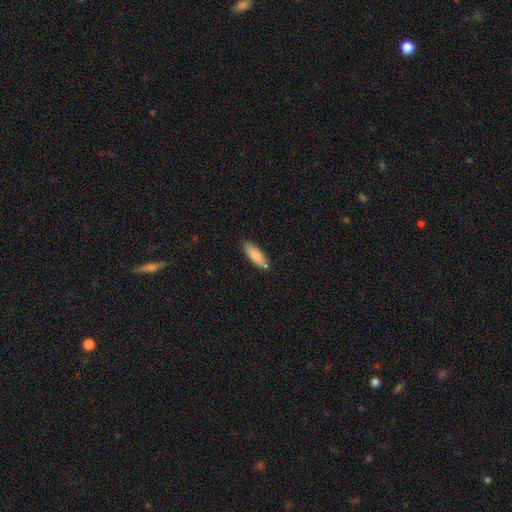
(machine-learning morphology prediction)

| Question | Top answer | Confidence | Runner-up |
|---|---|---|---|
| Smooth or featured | smooth | 85% | featured or disk (9%) |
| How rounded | in between | 61% | cigar-shaped (38%) |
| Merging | none | 84% | minor disturbance (12%) |